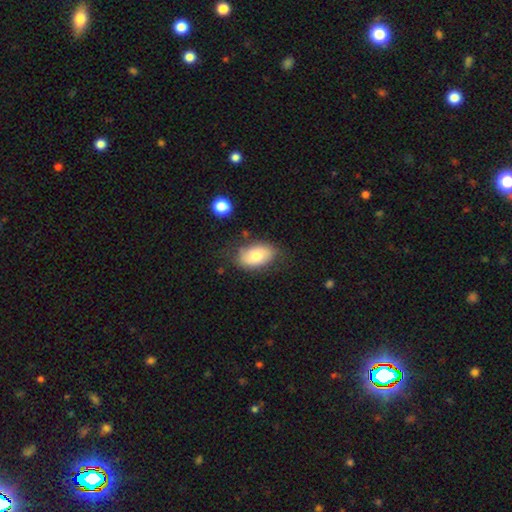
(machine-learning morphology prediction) This is likely a smooth galaxy (72%). How rounded: clearly in between (90%). Merging: likely none (72%).